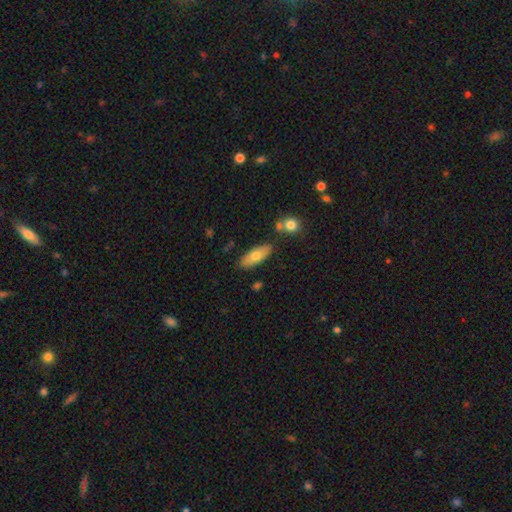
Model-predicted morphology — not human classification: The model was most divided on "smooth or featured": smooth: 71%, featured or disk: 23%, star or artifact: 6%. More confident: merging — none (80%); how rounded — in between (77%).